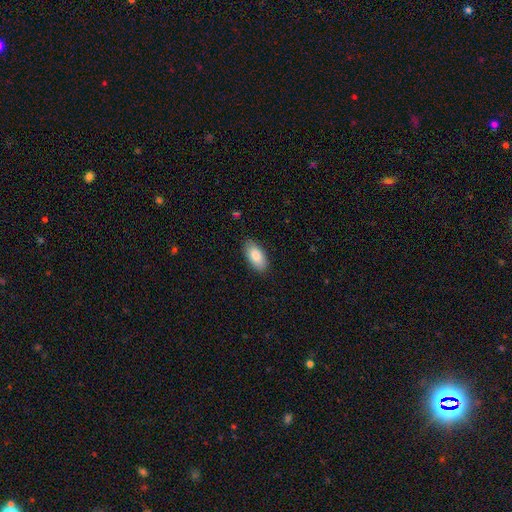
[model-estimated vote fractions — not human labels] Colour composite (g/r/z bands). It shows a smooth galaxy with no disk features (85%) that is in between round and cigar-shaped (93%). Merging: none (85%).